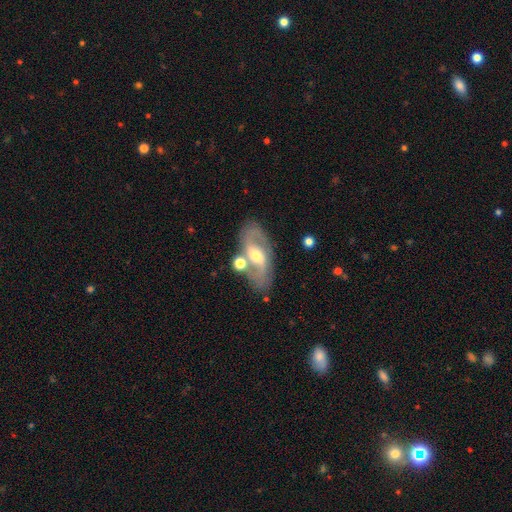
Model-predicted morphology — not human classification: Smooth or featured?
  - featured or disk: 80% *
  - smooth: 14%
  - star or artifact: 6%
Edge-on disk?
  - no: 94% *
  - yes: 6%
Bar?
  - weak: 46% *
  - strong: 29%
  - no: 25%
Spiral arms?
  - yes: 90% *
  - no: 10%
Spiral winding?
  - medium: 50% *
  - loose: 34%
  - tight: 16%
Spiral arm count?
  - 2: 89% *
  - can't tell: 6%
  - 1: 2%
  - 3: 2%
  - 4: 1%
  - more than 4: 1%
Bulge size?
  - moderate: 63% *
  - small: 29%
  - large: 6%
  - none: 1%
  - dominant: 1%
Merging?
  - none: 71% *
  - minor disturbance: 14%
  - merger: 10%
  - major disturbance: 5%